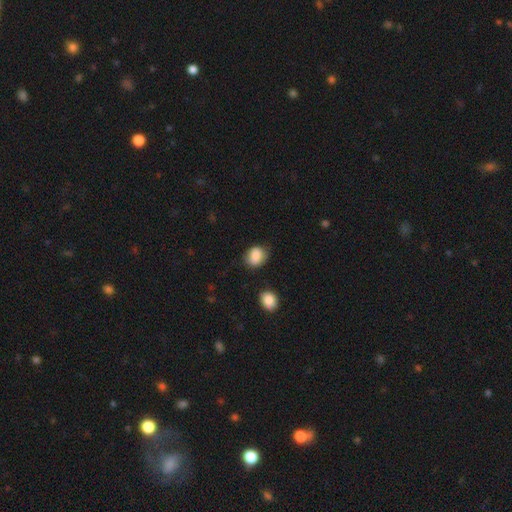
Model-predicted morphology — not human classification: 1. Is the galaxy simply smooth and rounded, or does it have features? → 85% smooth, 8% star or artifact, 7% featured or disk.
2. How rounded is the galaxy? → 54% in between, 45% round, 1% cigar-shaped.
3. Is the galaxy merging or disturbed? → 72% none, 20% minor disturbance, 5% major disturbance, 3% merger.